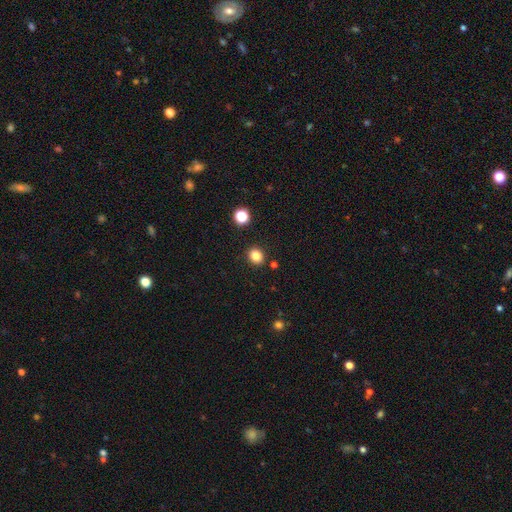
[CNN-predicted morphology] This appears to be a smooth galaxy with no disk features (82%) that is round (70%). Merging: none (88%).